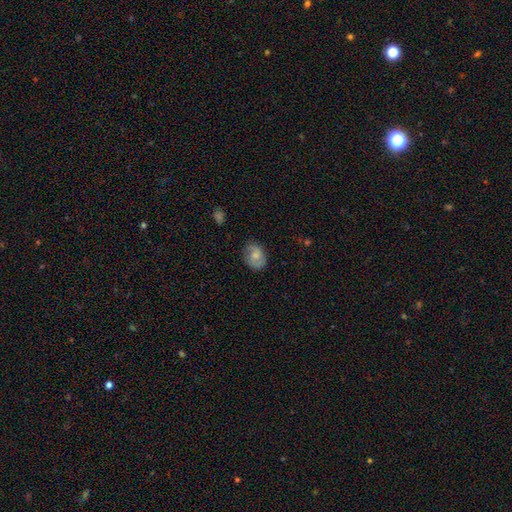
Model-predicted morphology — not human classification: Q: Smooth or featured?
A: smooth (60%); runner-up: featured or disk (33%)
Q: How rounded?
A: in between (66%); runner-up: round (32%)
Q: Merging?
A: none (77%); runner-up: minor disturbance (18%)